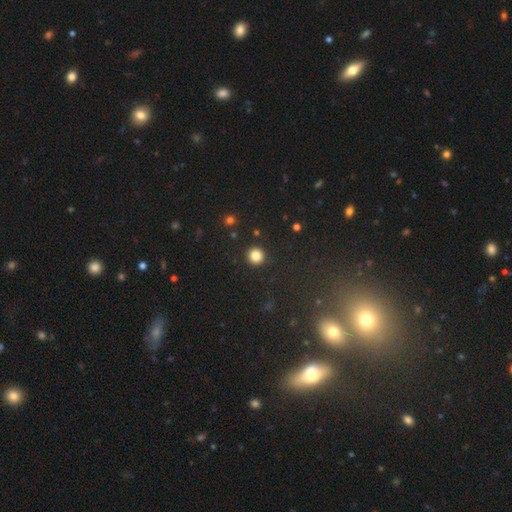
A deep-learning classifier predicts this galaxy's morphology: type=smooth (85%); roundness=round (94%); merging=none (92%).